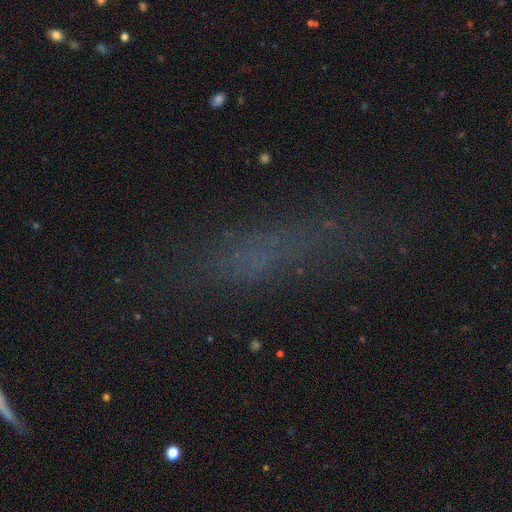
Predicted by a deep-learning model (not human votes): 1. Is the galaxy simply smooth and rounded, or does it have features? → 50% smooth, 29% star or artifact, 22% featured or disk.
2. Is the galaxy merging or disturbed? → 59% none, 20% minor disturbance, 18% major disturbance, 3% merger.